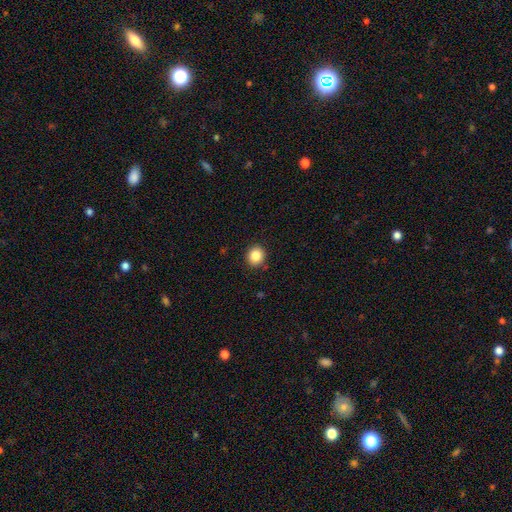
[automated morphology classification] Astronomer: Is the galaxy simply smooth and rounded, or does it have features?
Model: smooth — 86%.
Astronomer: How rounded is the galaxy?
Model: round — 87%.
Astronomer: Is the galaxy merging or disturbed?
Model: none — 90%.